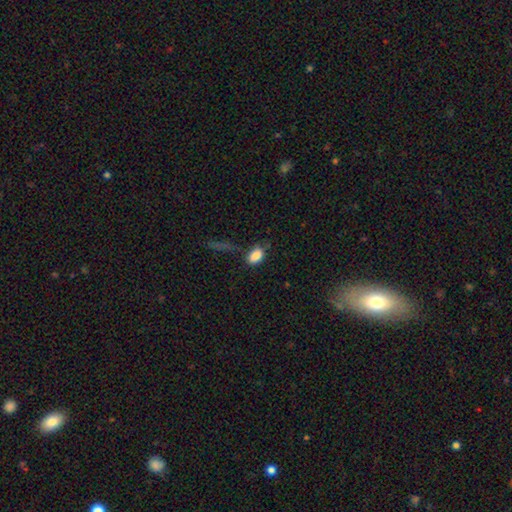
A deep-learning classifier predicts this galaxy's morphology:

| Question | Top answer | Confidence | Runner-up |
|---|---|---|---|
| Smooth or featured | smooth | 86% | star or artifact (9%) |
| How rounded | in between | 88% | round (10%) |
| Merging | none | 66% | minor disturbance (21%) |